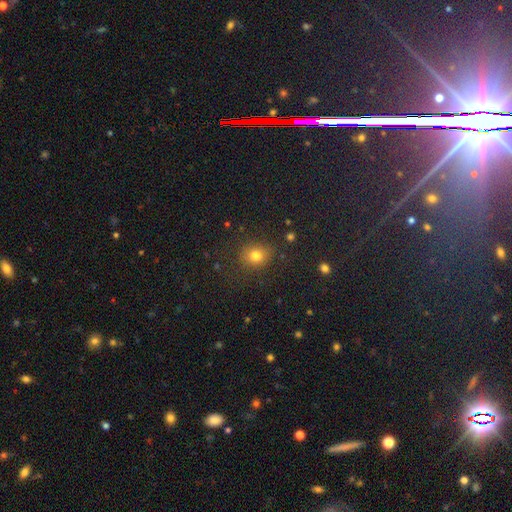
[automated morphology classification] Smooth or featured? Predicted: smooth (p=0.76). How rounded? Predicted: round (p=0.67). Merging? Predicted: none (p=0.82).